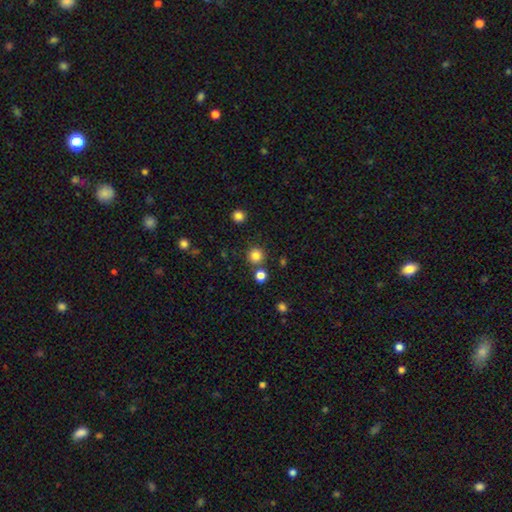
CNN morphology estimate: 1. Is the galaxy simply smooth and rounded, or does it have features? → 82% smooth, 14% star or artifact, 4% featured or disk.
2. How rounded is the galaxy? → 95% round, 4% in between, 1% cigar-shaped.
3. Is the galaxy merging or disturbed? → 84% none, 7% merger, 6% minor disturbance, 2% major disturbance.